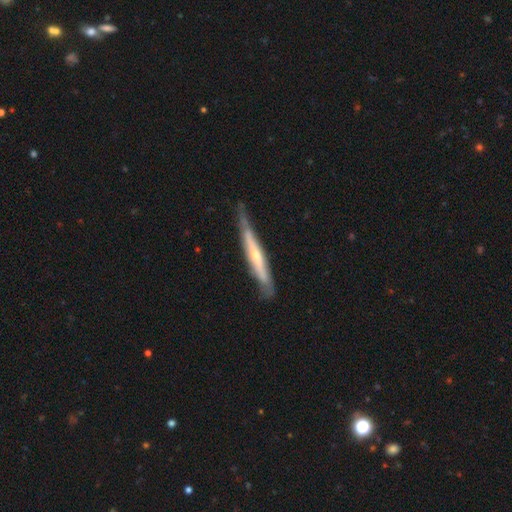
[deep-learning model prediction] Morphology: type=featured or disk (65%); edge-on=yes (86%); edge-on bulge=rounded (58%); merging=none (67%).